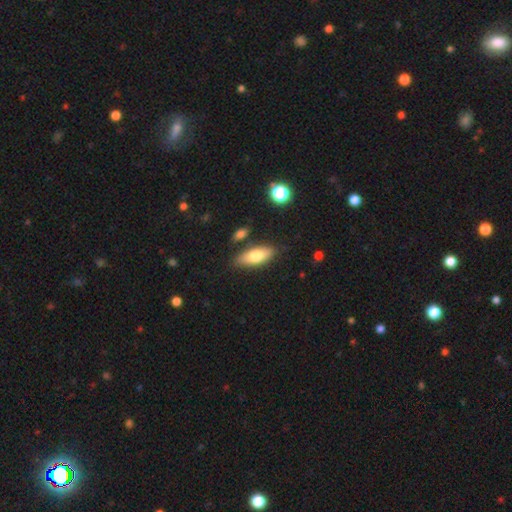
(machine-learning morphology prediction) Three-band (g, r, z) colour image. It shows a smooth galaxy with no disk features (73%) that is in between round and cigar-shaped (78%). Merging: none (79%).